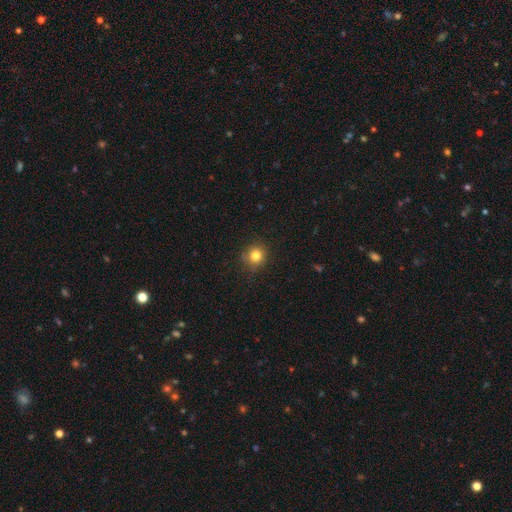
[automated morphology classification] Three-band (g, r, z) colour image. It shows a smooth galaxy with no disk features (81%) that is round (90%). Merging: none (85%).